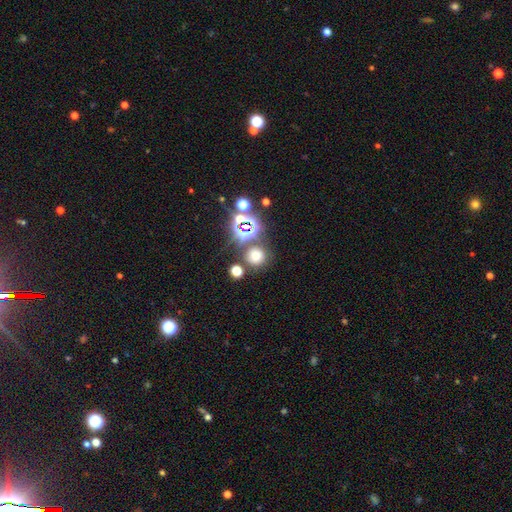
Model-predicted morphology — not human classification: type=smooth (63%); roundness=round (89%); merging=none (73%).